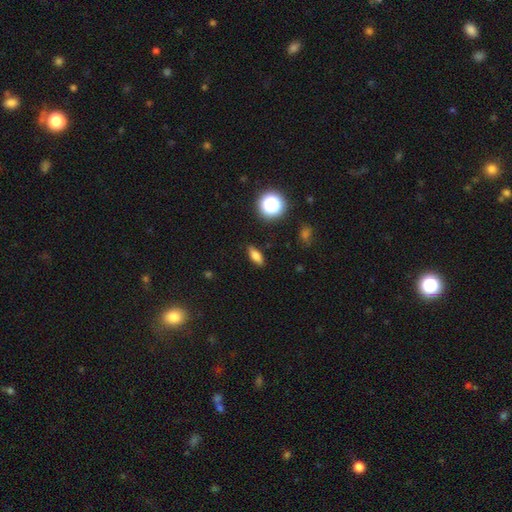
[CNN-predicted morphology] This is likely a smooth galaxy (75%). How rounded: likely in between (68%). Merging: clearly none (88%).